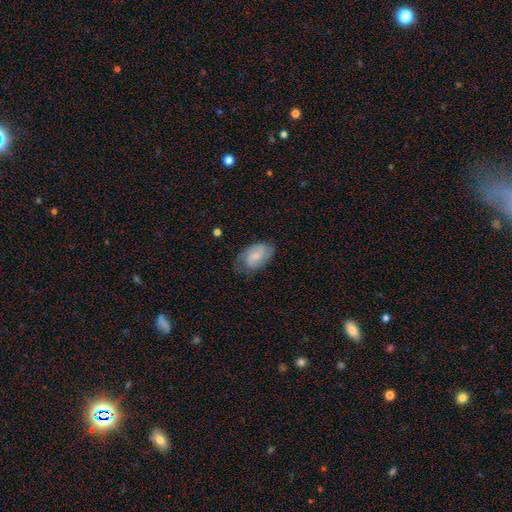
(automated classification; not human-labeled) Smooth or featured?
  - featured or disk: 49% *
  - smooth: 44%
  - star or artifact: 7%
Merging?
  - none: 65% *
  - minor disturbance: 25%
  - major disturbance: 9%
  - merger: 1%